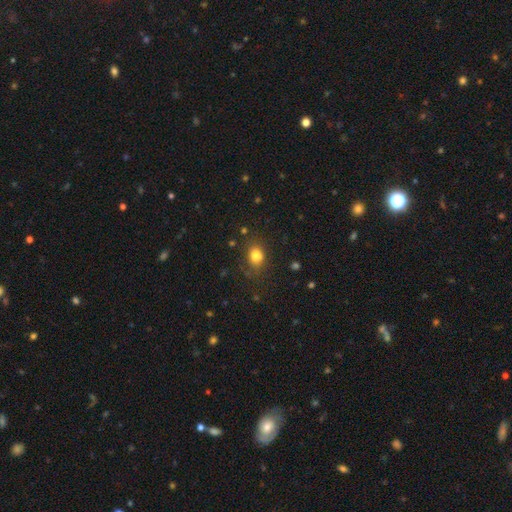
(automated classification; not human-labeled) Smooth or featured? Predicted: smooth (p=0.81). How rounded? Predicted: in between (p=0.54). Merging? Predicted: none (p=0.73).